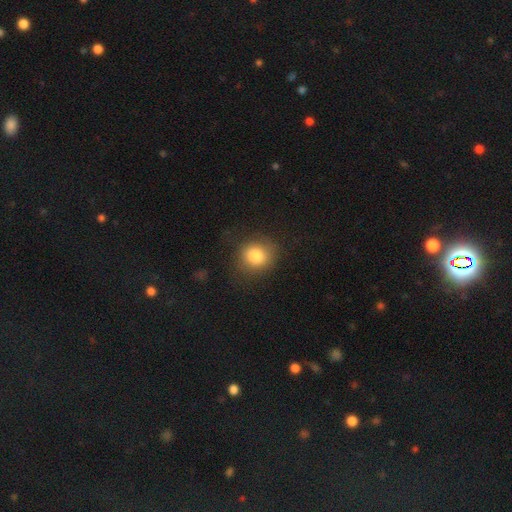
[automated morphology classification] Smooth or featured? Predicted: smooth (p=0.82). How rounded? Predicted: round (p=0.79). Merging? Predicted: none (p=0.77).